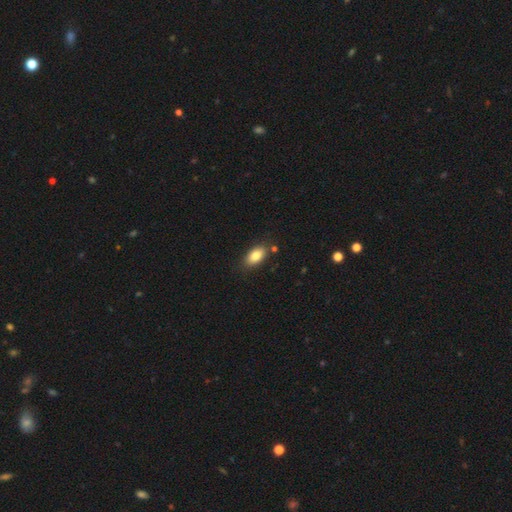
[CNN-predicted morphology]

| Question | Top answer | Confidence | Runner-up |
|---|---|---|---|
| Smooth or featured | smooth | 83% | featured or disk (9%) |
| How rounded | in between | 91% | round (6%) |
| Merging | none | 81% | minor disturbance (12%) |